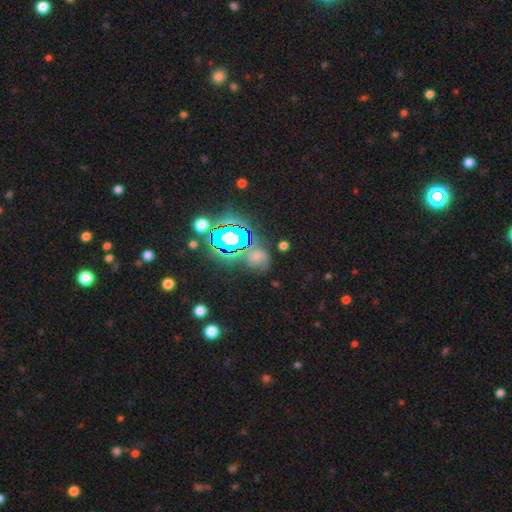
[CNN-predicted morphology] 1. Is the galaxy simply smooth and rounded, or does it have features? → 41% star or artifact, 37% smooth, 22% featured or disk.